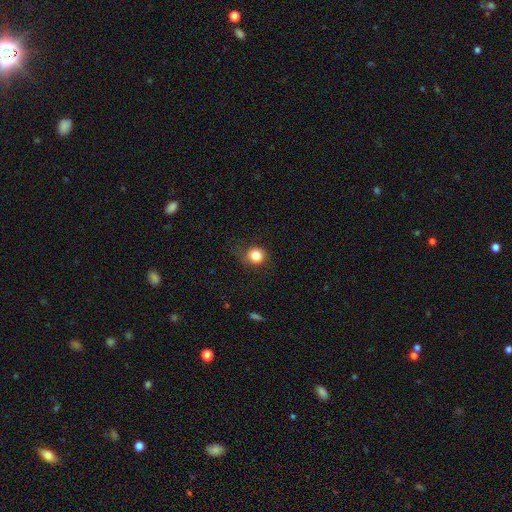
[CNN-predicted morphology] Smooth or featured? smooth (83%)
How rounded? round (88%)
Merging? none (76%)